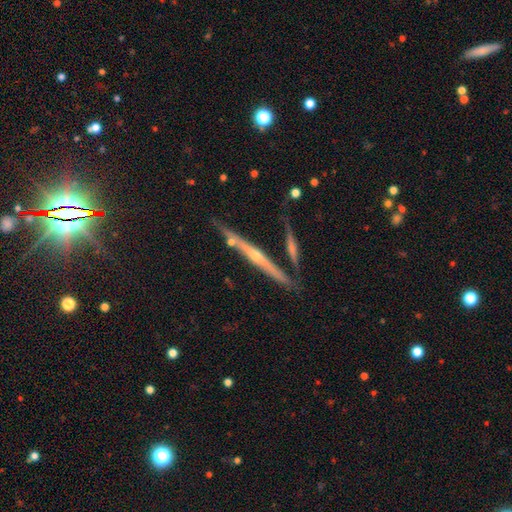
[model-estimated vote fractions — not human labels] Q: Smooth or featured?
A: featured or disk (75%); runner-up: smooth (16%)
Q: Edge-on disk?
A: yes (96%); runner-up: no (4%)
Q: Edge-on bulge?
A: rounded (67%); runner-up: none (28%)
Q: Merging?
A: none (76%); runner-up: minor disturbance (14%)